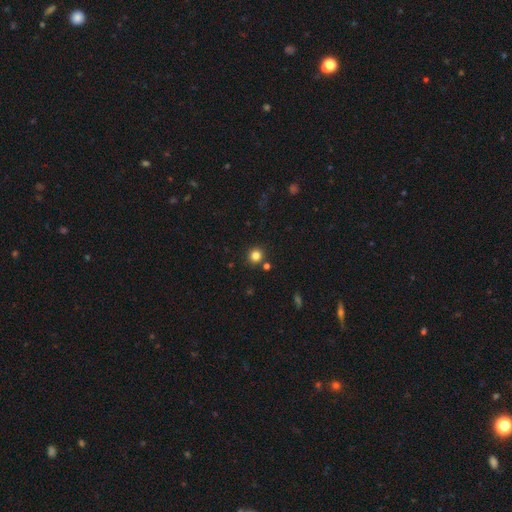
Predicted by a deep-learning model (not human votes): This appears to be a smooth galaxy with no disk features (82%) that is round (92%). Merging: none (86%).